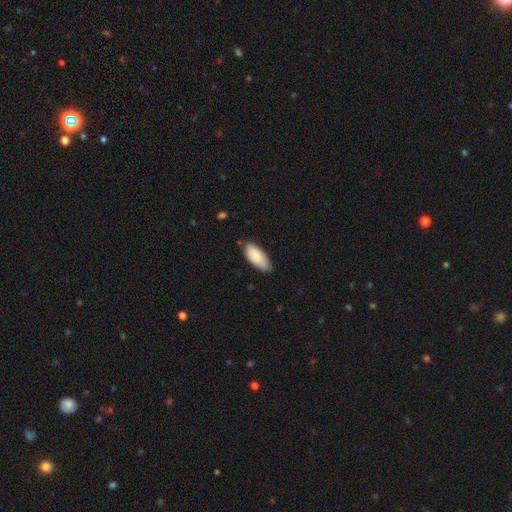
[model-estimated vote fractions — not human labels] Q: Smooth or featured?
A: smooth (86%); runner-up: featured or disk (9%)
Q: How rounded?
A: in between (90%); runner-up: cigar-shaped (9%)
Q: Merging?
A: none (67%); runner-up: minor disturbance (28%)